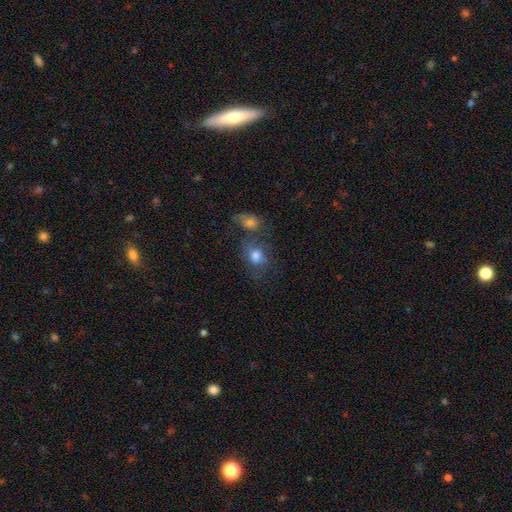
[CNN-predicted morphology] This appears to be a smooth galaxy with no disk features (61%) that is in between round and cigar-shaped (52%). Merging: merger (37%).